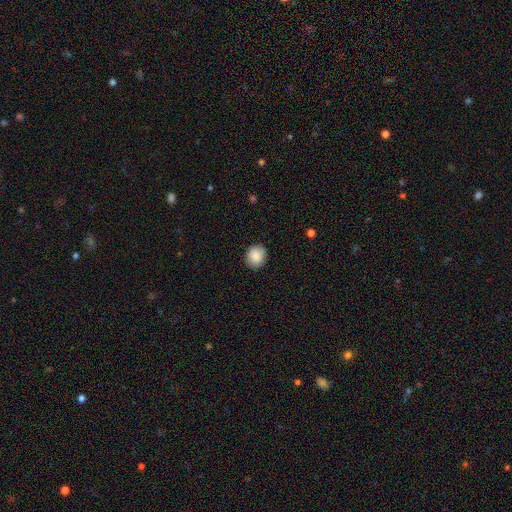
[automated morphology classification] Smooth or featured? Predicted: smooth (p=0.88). How rounded? Predicted: round (p=0.69). Merging? Predicted: none (p=0.88).